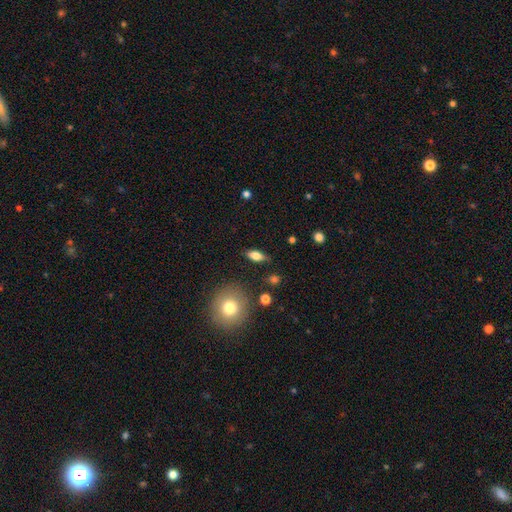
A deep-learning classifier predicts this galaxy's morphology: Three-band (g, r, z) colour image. It shows a smooth galaxy with no disk features (73%) that is in between round and cigar-shaped (79%). Merging: none (83%).